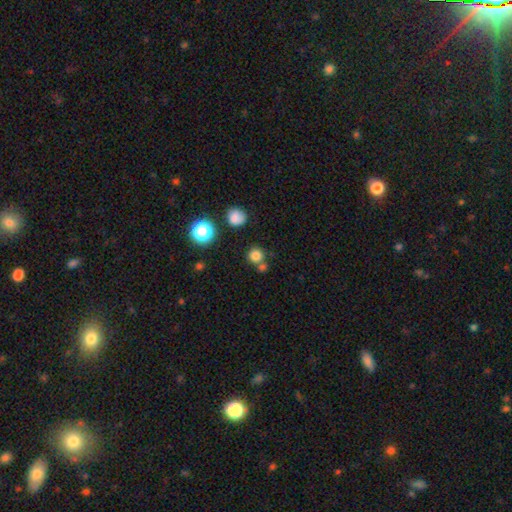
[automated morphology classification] smooth-or-featured: smooth: 79% | star or artifact: 16% | featured or disk: 5%
  how-rounded: round: 91% | in between: 8% | cigar-shaped: 1%
  merging: none: 68% | merger: 20% | minor disturbance: 9% | major disturbance: 3%